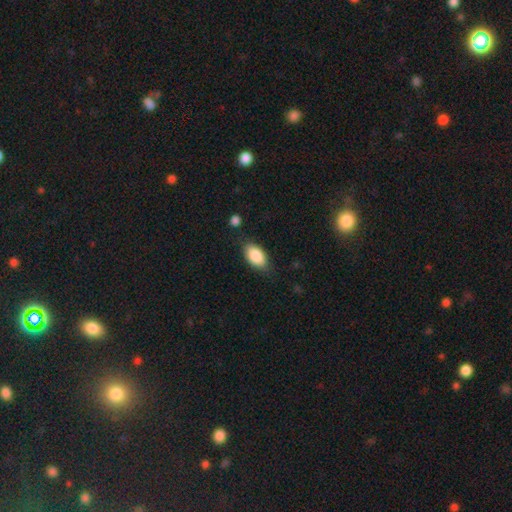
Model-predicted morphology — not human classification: Smooth or featured?
  - smooth: 87% *
  - featured or disk: 6%
  - star or artifact: 6%
How rounded?
  - in between: 93% *
  - round: 4%
  - cigar-shaped: 3%
Merging?
  - none: 77% *
  - minor disturbance: 16%
  - major disturbance: 4%
  - merger: 3%